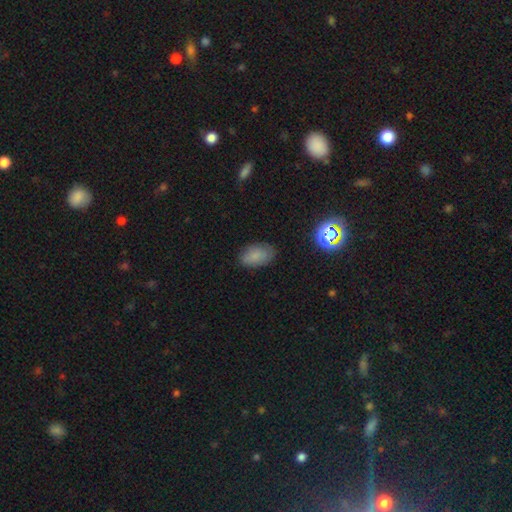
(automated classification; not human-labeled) Q: Smooth or featured?
A: smooth (80%); runner-up: star or artifact (11%)
Q: How rounded?
A: in between (91%); runner-up: round (7%)
Q: Merging?
A: none (77%); runner-up: minor disturbance (17%)